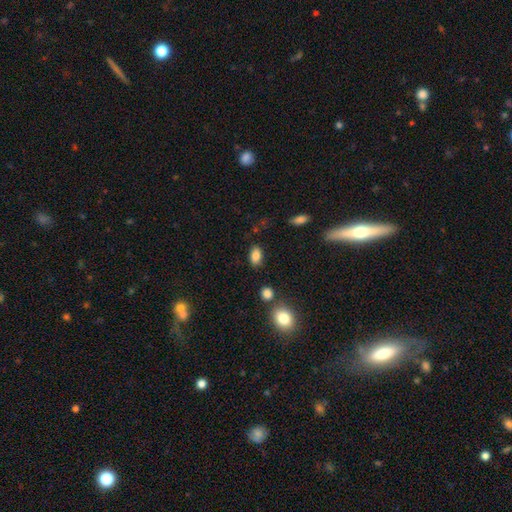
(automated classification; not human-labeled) A smooth galaxy with no disk features (84%) that is in between round and cigar-shaped (88%).

Vote fractions:
- Smooth or featured? smooth: 84% / star or artifact: 9% / featured or disk: 6%
- How rounded? in between: 88% / round: 9% / cigar-shaped: 2%
- Merging? none: 82% / minor disturbance: 12% / merger: 4% / major disturbance: 3%